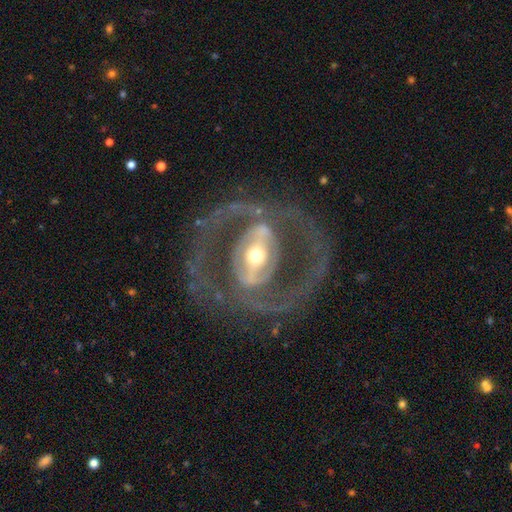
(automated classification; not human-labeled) featured or disk 87%, smooth 8%, star or artifact 5%. Down the decision tree: edge-on disk — no (95%); bar — strong (54%); spiral arms — yes (80%); spiral arm count — 2 (84%); spiral winding — medium (51%); bulge size — moderate (62%); merging — none (70%).